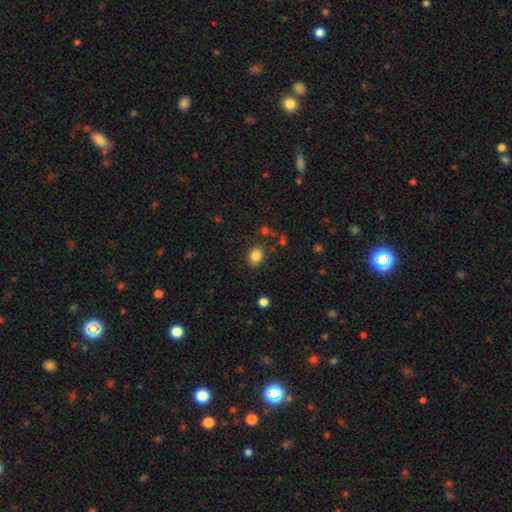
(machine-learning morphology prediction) Smooth or featured: smooth — 84% (star or artifact — 10%)
How rounded: in between — 56% (round — 43%)
Merging: none — 82% (minor disturbance — 12%)